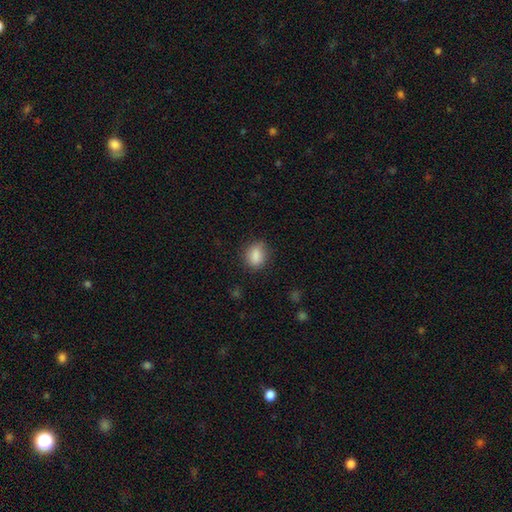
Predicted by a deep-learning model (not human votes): smooth 87%, star or artifact 8%, featured or disk 5%. Down the decision tree: how rounded — in between (59%); merging — none (81%).